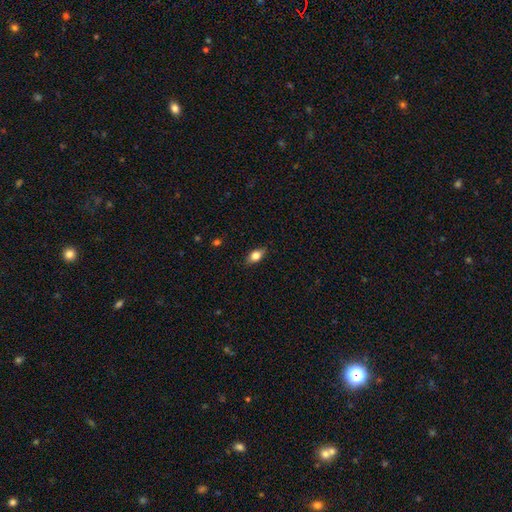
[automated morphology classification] smooth 74%, featured or disk 18%, star or artifact 8%. Down the decision tree: how rounded — in between (80%); merging — none (83%).